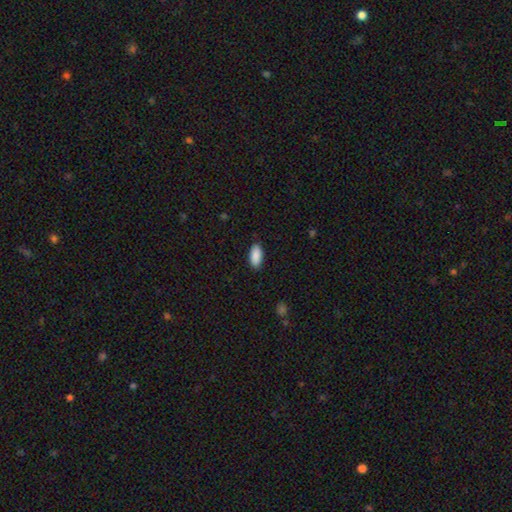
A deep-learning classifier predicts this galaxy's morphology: Smooth or featured? Predicted: smooth (p=0.90). How rounded? Predicted: in between (p=0.91). Merging? Predicted: none (p=0.87).